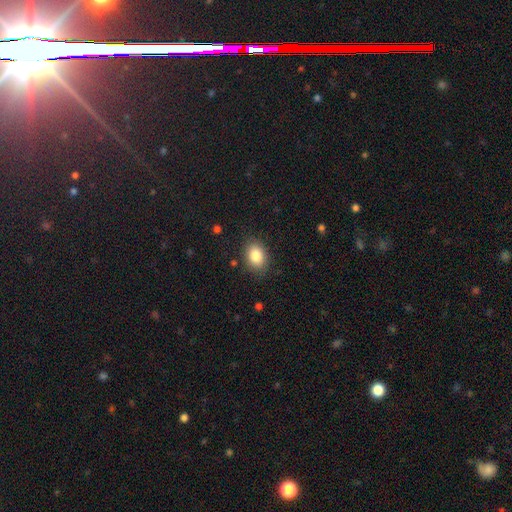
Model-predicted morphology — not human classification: The model was most divided on "how rounded": in between: 72%, round: 27%, cigar-shaped: 1%. More confident: smooth or featured — smooth (85%); merging — none (83%).